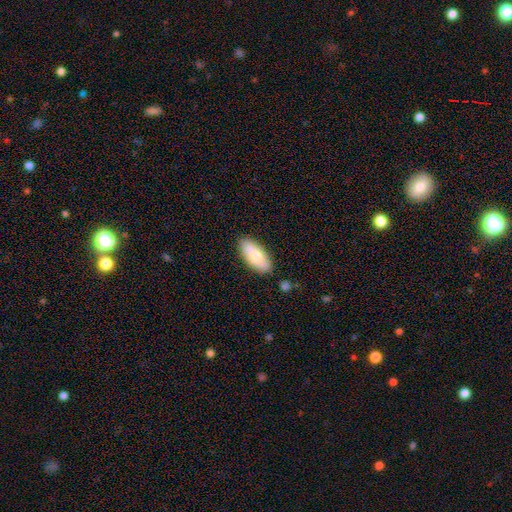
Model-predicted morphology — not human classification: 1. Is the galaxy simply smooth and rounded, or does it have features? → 72% smooth, 22% featured or disk, 6% star or artifact.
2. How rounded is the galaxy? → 88% in between, 10% cigar-shaped, 2% round.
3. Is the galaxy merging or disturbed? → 85% none, 10% minor disturbance, 2% major disturbance, 2% merger.